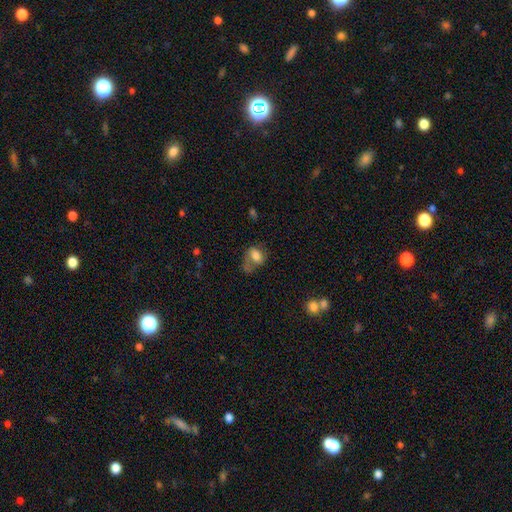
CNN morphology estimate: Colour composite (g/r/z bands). It shows a smooth galaxy with no disk features (68%) that is in between round and cigar-shaped (71%). Merging: none (35%).